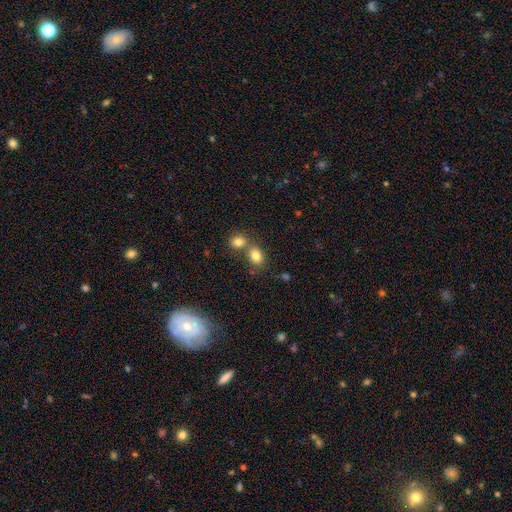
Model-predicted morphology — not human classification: Smooth or featured? smooth (81%)
How rounded? in between (59%)
Merging? none (47%)